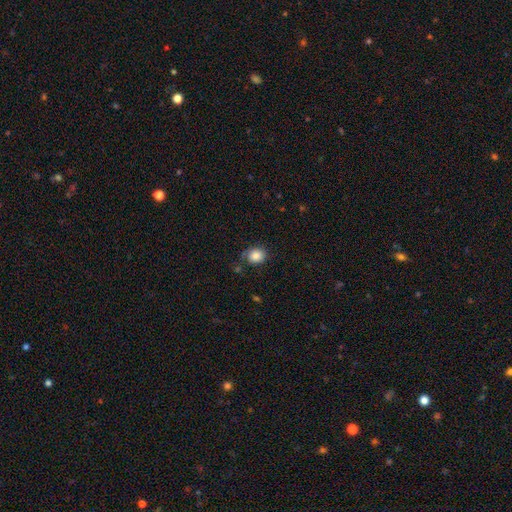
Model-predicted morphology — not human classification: Q: Smooth or featured?
A: smooth (81%); runner-up: featured or disk (9%)
Q: How rounded?
A: round (68%); runner-up: in between (32%)
Q: Merging?
A: none (67%); runner-up: minor disturbance (21%)